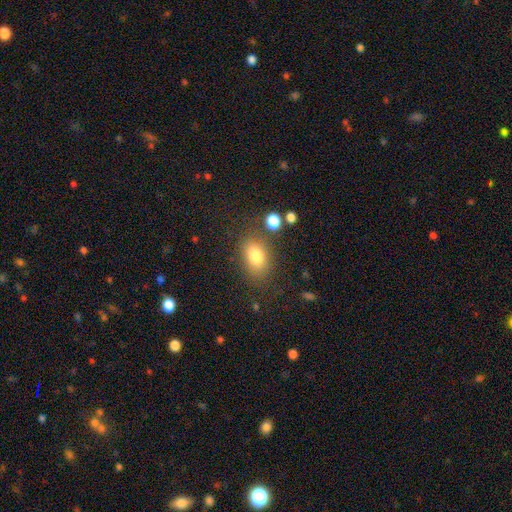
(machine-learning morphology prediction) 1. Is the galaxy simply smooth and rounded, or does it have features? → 81% smooth, 10% star or artifact, 9% featured or disk.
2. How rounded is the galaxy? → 80% in between, 18% round, 2% cigar-shaped.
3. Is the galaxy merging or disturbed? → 76% none, 14% minor disturbance, 5% major disturbance, 5% merger.